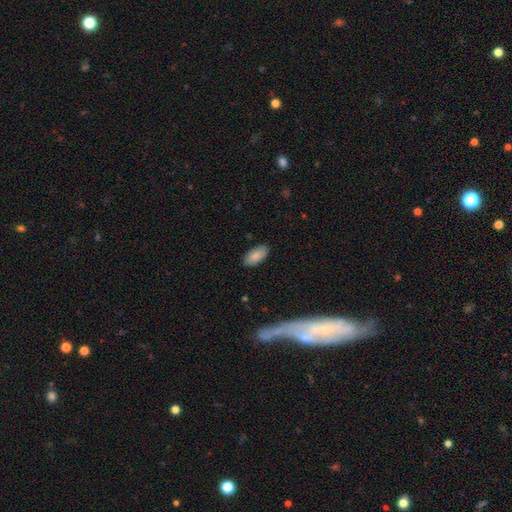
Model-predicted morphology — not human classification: The model was most divided on "merging": none: 86%, minor disturbance: 10%, major disturbance: 2%, merger: 1%. More confident: how rounded — in between (93%); smooth or featured — smooth (86%).